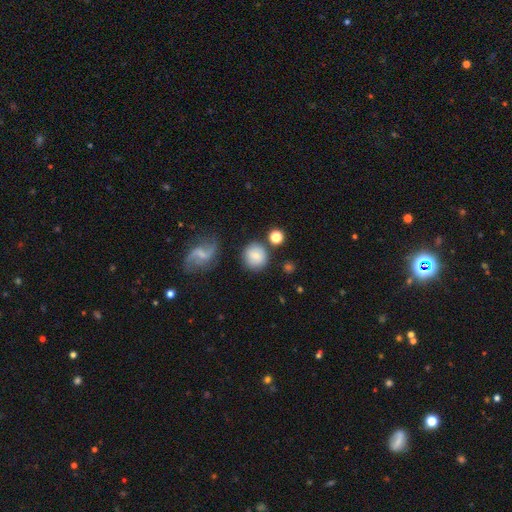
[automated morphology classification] smooth_or_featured: smooth (p=0.73) [alt: featured or disk p=0.17]
how_rounded: round (p=0.88) [alt: in between p=0.11]
merging: none (p=0.77) [alt: minor disturbance p=0.12]